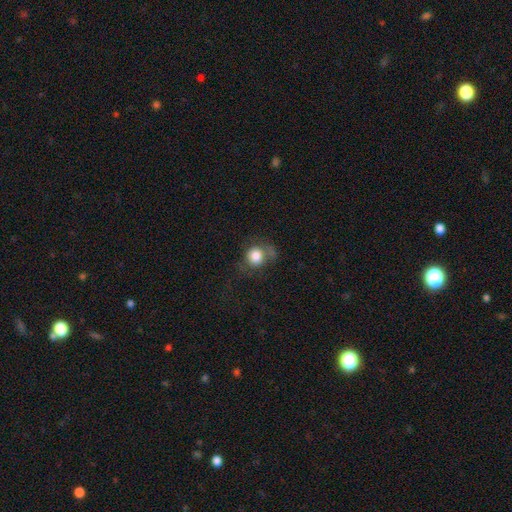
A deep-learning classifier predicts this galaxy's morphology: Smooth or featured?
  - smooth: 80% *
  - featured or disk: 10%
  - star or artifact: 9%
How rounded?
  - round: 81% *
  - in between: 18%
  - cigar-shaped: 1%
Merging?
  - none: 56% *
  - minor disturbance: 23%
  - major disturbance: 17%
  - merger: 5%